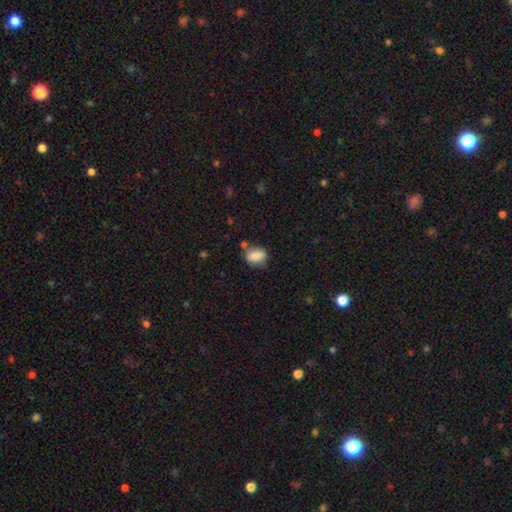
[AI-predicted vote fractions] A smooth galaxy with no disk features (83%) that is in between round and cigar-shaped (68%). Merging: none (69%).